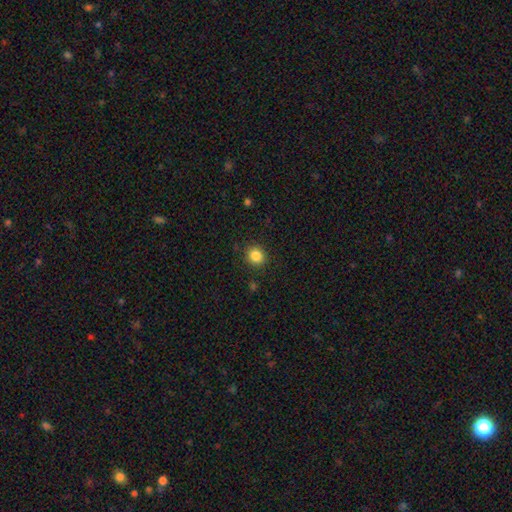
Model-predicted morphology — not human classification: Smooth or featured? smooth (84%)
How rounded? round (88%)
Merging? none (90%)